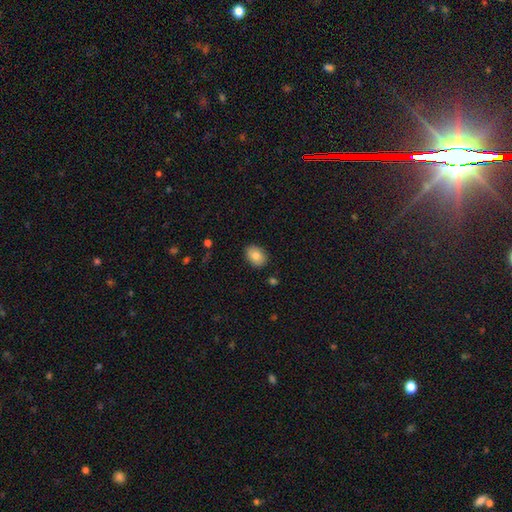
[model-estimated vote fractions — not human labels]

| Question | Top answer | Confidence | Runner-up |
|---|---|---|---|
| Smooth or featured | smooth | 82% | featured or disk (10%) |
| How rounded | in between | 78% | round (21%) |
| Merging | none | 87% | minor disturbance (10%) |